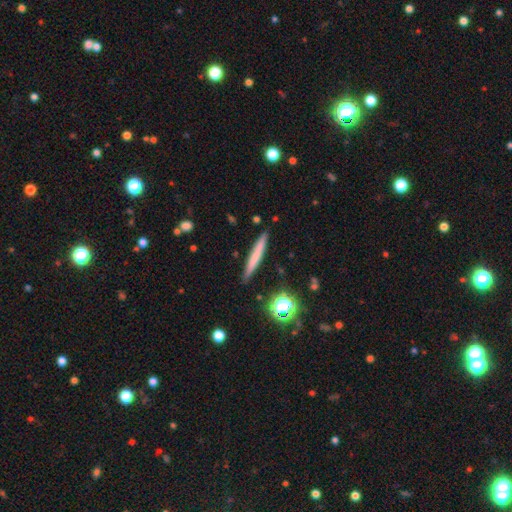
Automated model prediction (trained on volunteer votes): A smooth galaxy with no disk features (64%) that is cigar-shaped (95%).

Vote fractions:
- Smooth or featured? smooth: 64% / featured or disk: 28% / star or artifact: 9%
- How rounded? cigar-shaped: 95% / in between: 3% / round: 2%
- Merging? none: 90% / minor disturbance: 7% / major disturbance: 2% / merger: 2%